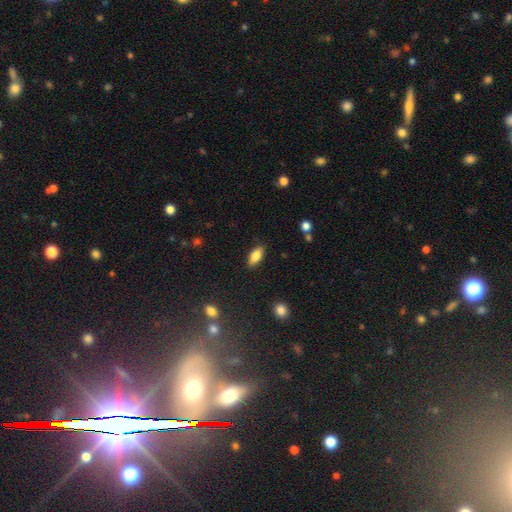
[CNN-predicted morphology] This is clearly a smooth galaxy (80%). How rounded: clearly in between (85%). Merging: clearly none (87%).